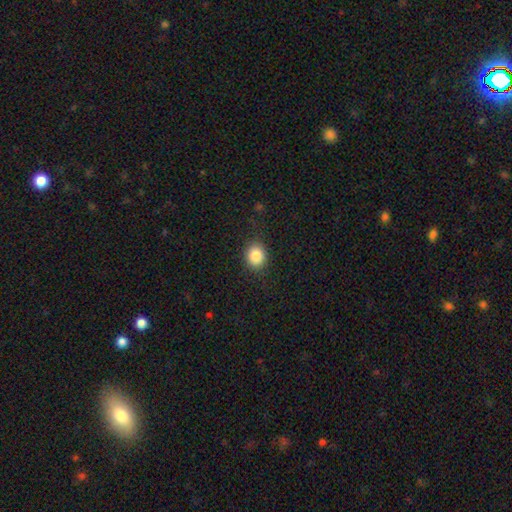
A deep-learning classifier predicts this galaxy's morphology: Smooth or featured?
  - smooth: 86% *
  - star or artifact: 9%
  - featured or disk: 5%
How rounded?
  - round: 64% *
  - in between: 36%
  - cigar-shaped: 1%
Merging?
  - none: 86% *
  - minor disturbance: 10%
  - major disturbance: 3%
  - merger: 1%